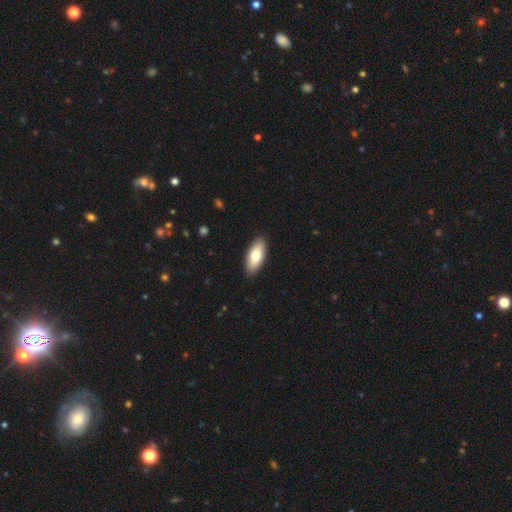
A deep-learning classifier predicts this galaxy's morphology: Smooth or featured? smooth (77%)
How rounded? in between (86%)
Merging? none (90%)